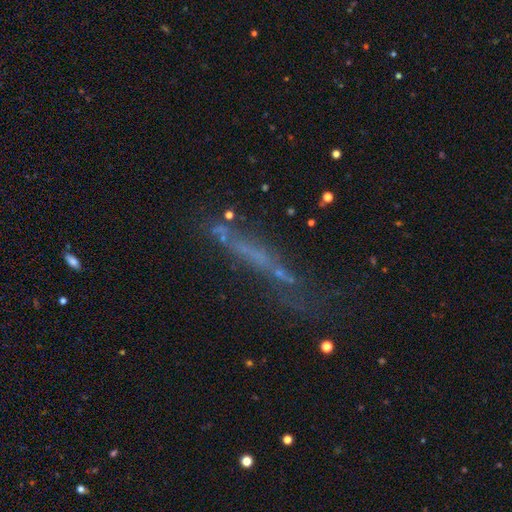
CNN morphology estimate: Overall: featured or disk (44%; smooth 29%). Merging: none (55%; minor disturbance 21%).